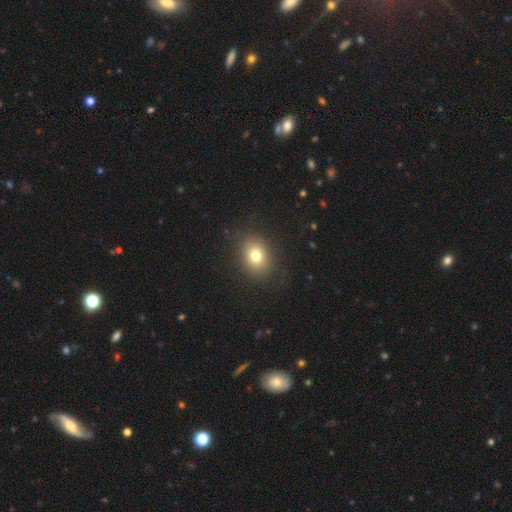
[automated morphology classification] type=smooth (76%); roundness=round (50%); merging=none (84%).